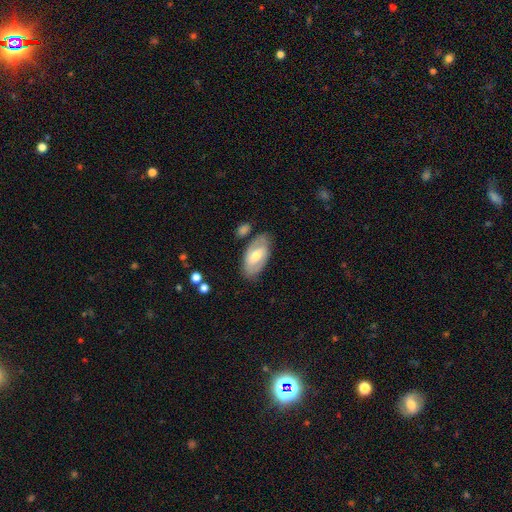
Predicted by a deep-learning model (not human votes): smooth-or-featured: featured or disk: 51% | smooth: 44% | star or artifact: 6%
  disk-edge-on: no: 89% | yes: 11%
  merging: none: 75% | minor disturbance: 16% | major disturbance: 4% | merger: 4%